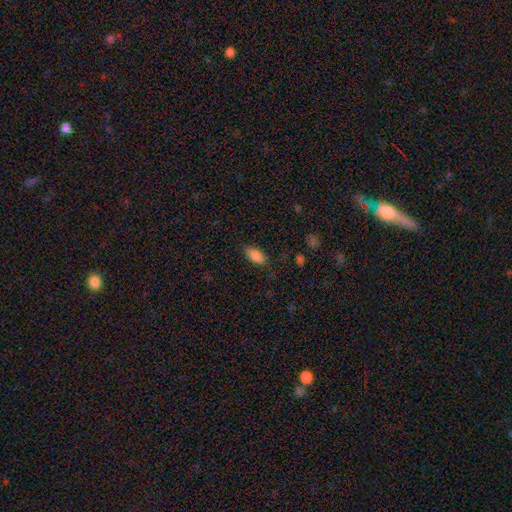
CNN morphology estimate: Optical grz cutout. It shows a smooth galaxy with no disk features (86%) that is in between round and cigar-shaped (88%). Merging: none (82%).